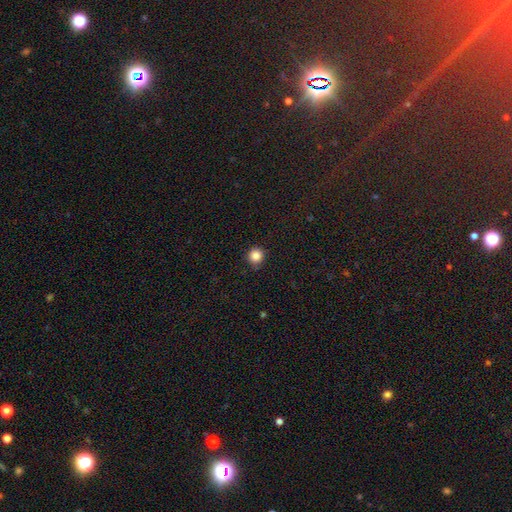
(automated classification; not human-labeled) Morphology: type=smooth (86%); roundness=round (94%); merging=none (88%).